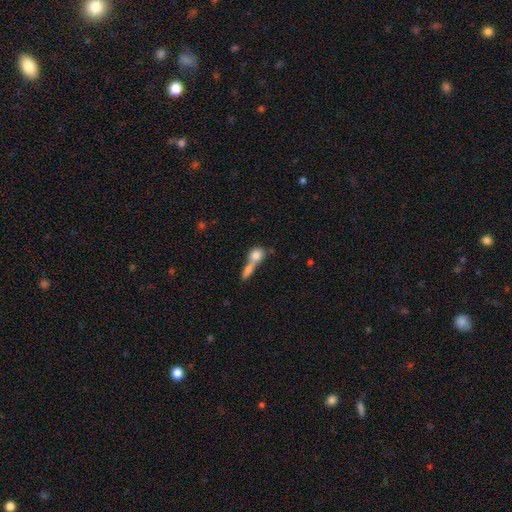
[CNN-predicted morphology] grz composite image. It shows a smooth galaxy with no disk features (77%) that is round (50%). Merging: merger (66%).